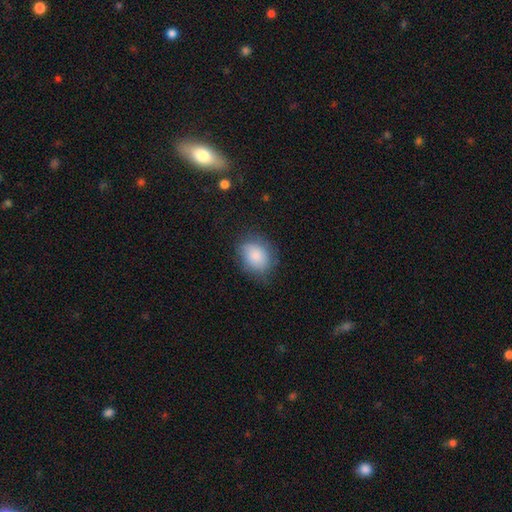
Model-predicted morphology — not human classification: Smooth or featured? smooth (81%)
How rounded? in between (54%)
Merging? none (70%)